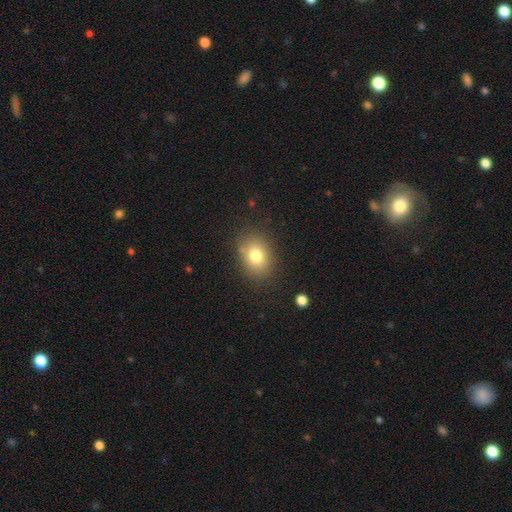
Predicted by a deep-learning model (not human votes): Morphology: type=smooth (78%); roundness=in between (55%); merging=none (82%).